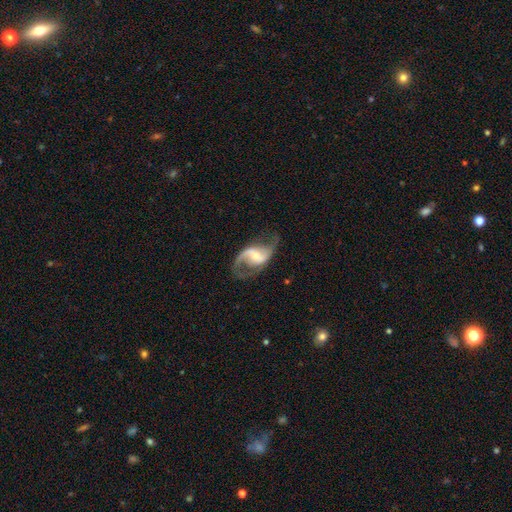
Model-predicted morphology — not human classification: smooth-or-featured: featured or disk: 87% | smooth: 7% | star or artifact: 5%
  disk-edge-on: no: 97% | yes: 3%
    bar: weak: 45% | no: 29% | strong: 26%
    has-spiral-arms: yes: 95% | no: 5%
      spiral-winding: loose: 62% | medium: 32% | tight: 6%
      spiral-arm-count: 2: 89% | 1: 5% | can't tell: 3% | 3: 1% | 4: 1% | more than 4: 1%
    bulge-size: small: 48% | moderate: 42% | large: 4% | none: 4% | dominant: 1%
  merging: none: 68% | minor disturbance: 17% | major disturbance: 13% | merger: 2%